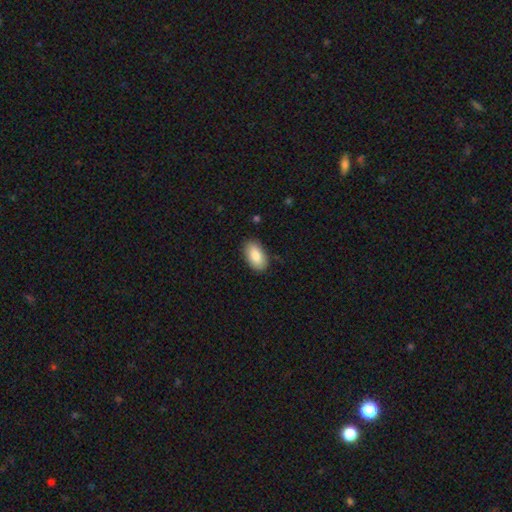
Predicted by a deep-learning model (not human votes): Morphology: type=smooth (88%); roundness=in between (95%); merging=none (86%).